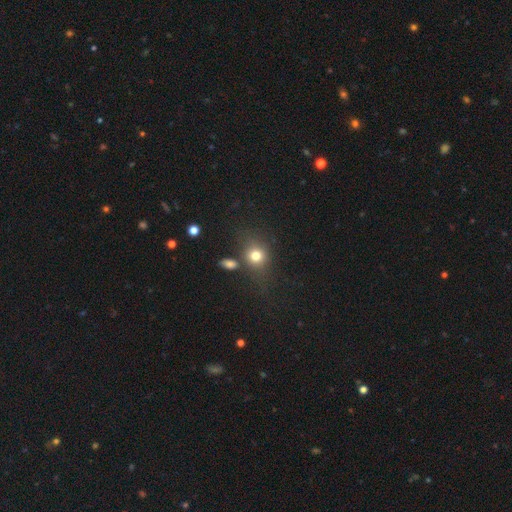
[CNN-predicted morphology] smooth_or_featured: smooth (p=0.76) [alt: star or artifact p=0.14]
how_rounded: round (p=0.69) [alt: in between p=0.29]
merging: none (p=0.62) [alt: minor disturbance p=0.15]